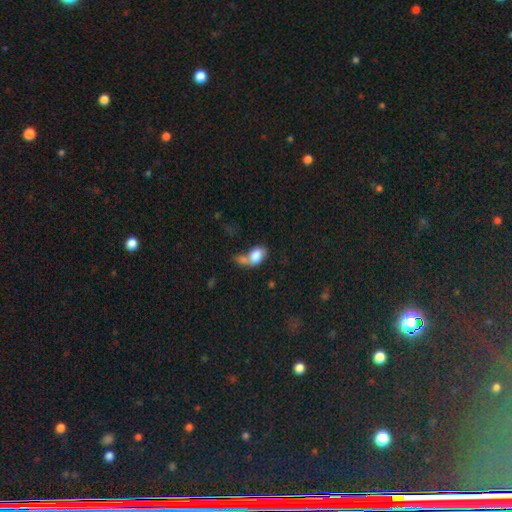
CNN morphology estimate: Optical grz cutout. It shows a smooth galaxy with no disk features (77%) that is in between round and cigar-shaped (79%). Merging: merger (48%).